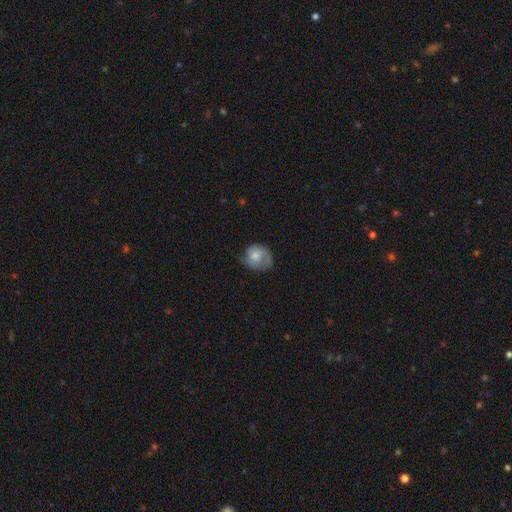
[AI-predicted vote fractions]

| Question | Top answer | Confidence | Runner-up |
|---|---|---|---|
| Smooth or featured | smooth | 65% | featured or disk (28%) |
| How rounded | round | 66% | in between (33%) |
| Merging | none | 46% | minor disturbance (33%) |